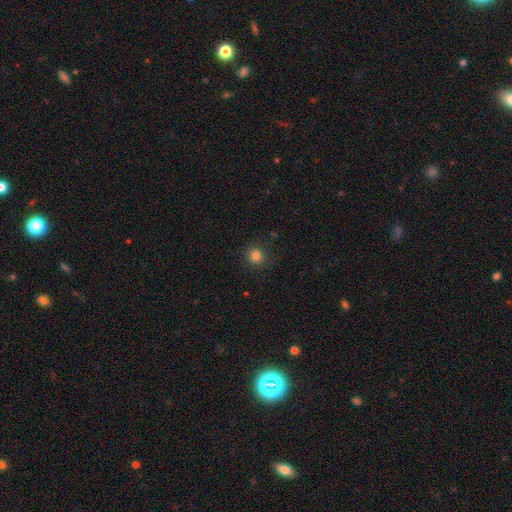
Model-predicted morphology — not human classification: Smooth or featured: smooth — 82% (star or artifact — 13%)
How rounded: round — 92% (in between — 7%)
Merging: none — 85% (minor disturbance — 10%)